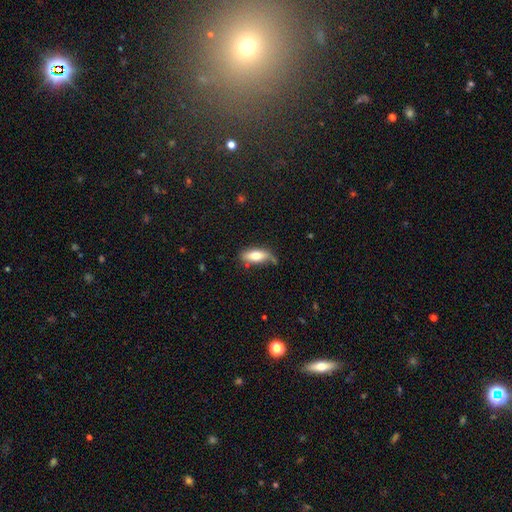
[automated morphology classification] Q: Smooth or featured?
A: smooth (73%); runner-up: featured or disk (20%)
Q: How rounded?
A: in between (76%); runner-up: cigar-shaped (21%)
Q: Merging?
A: none (60%); runner-up: minor disturbance (27%)